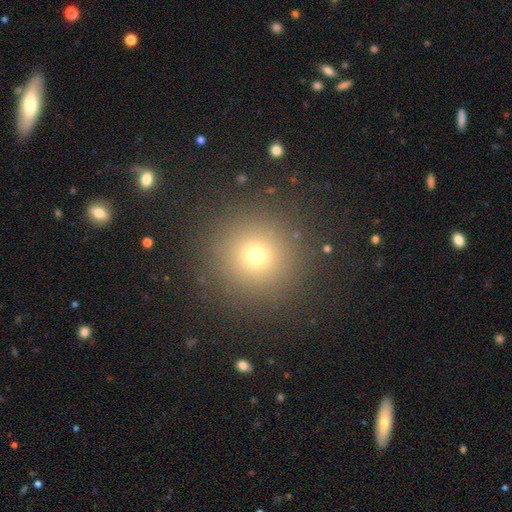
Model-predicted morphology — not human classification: Overall: smooth (69%). How rounded: round (95%). Merging: none (91%).